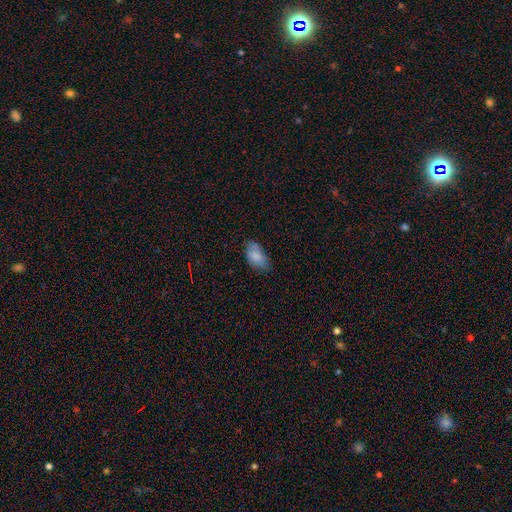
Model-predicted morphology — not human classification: type=smooth (83%); roundness=in between (93%); merging=none (68%).